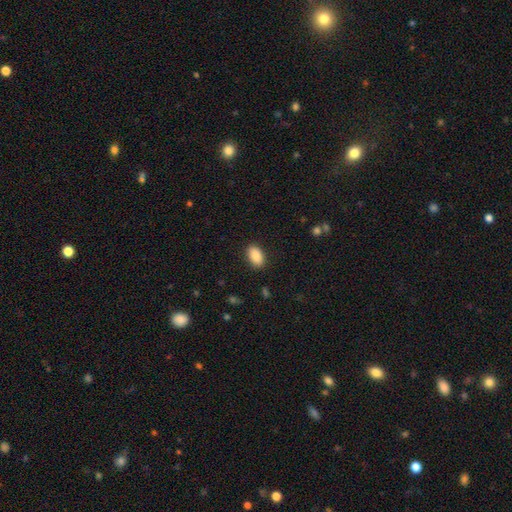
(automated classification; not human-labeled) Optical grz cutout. It shows a smooth galaxy with no disk features (88%) that is in between round and cigar-shaped (92%). Merging: none (88%).